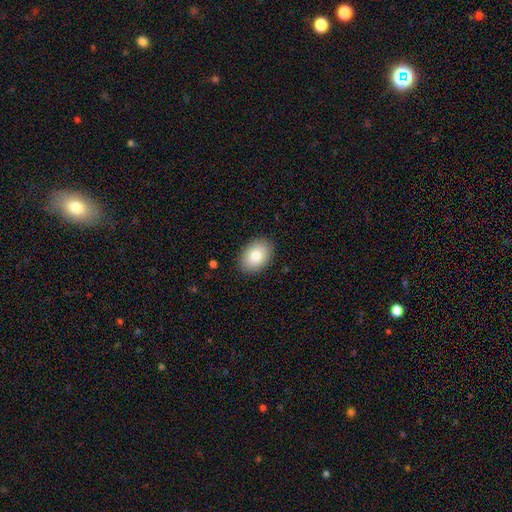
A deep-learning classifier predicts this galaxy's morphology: Smooth or featured? smooth (83%)
How rounded? in between (82%)
Merging? none (88%)